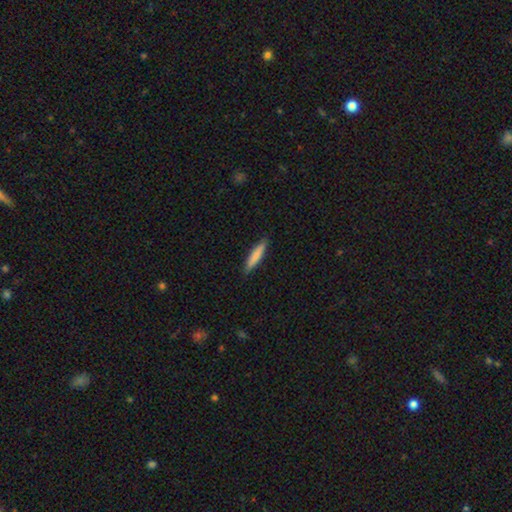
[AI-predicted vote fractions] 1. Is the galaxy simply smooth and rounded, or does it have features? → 79% smooth, 16% featured or disk, 6% star or artifact.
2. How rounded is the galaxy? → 88% cigar-shaped, 11% in between, 1% round.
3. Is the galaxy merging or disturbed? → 88% none, 9% minor disturbance, 2% major disturbance, 1% merger.